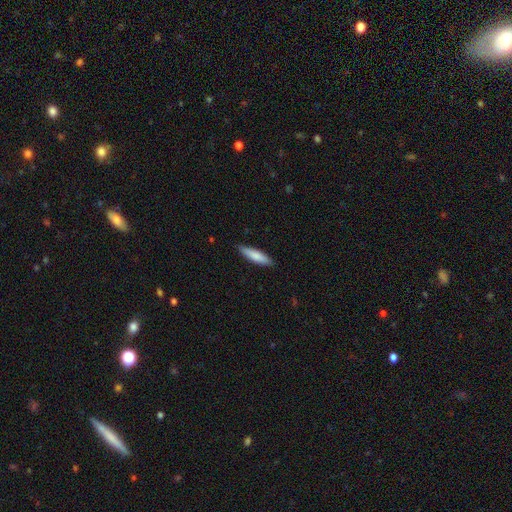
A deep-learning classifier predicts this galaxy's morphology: Overall: smooth (81%). How rounded: cigar-shaped (74%). Merging: none (88%).